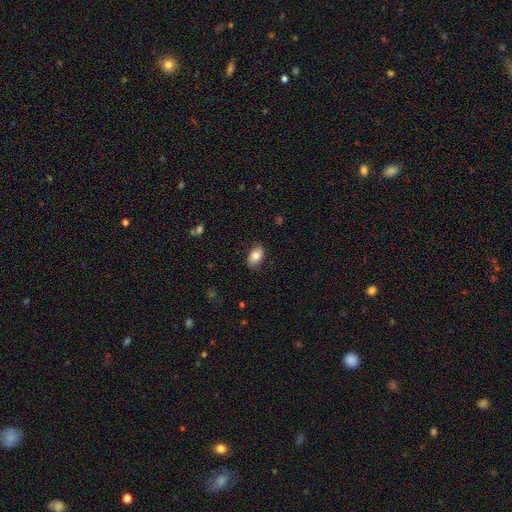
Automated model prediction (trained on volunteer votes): smooth-or-featured: smooth: 81% | featured or disk: 11% | star or artifact: 8%
  how-rounded: in between: 88% | round: 10% | cigar-shaped: 1%
  merging: none: 82% | minor disturbance: 14% | major disturbance: 3% | merger: 1%